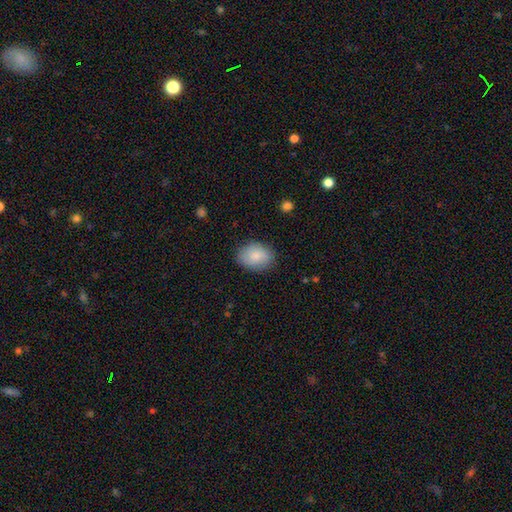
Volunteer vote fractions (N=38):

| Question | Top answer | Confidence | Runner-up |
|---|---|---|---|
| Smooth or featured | smooth | 87% | featured or disk (8%) |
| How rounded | in between | 67% | round (33%) |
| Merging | none | 86% | minor disturbance (11%) |